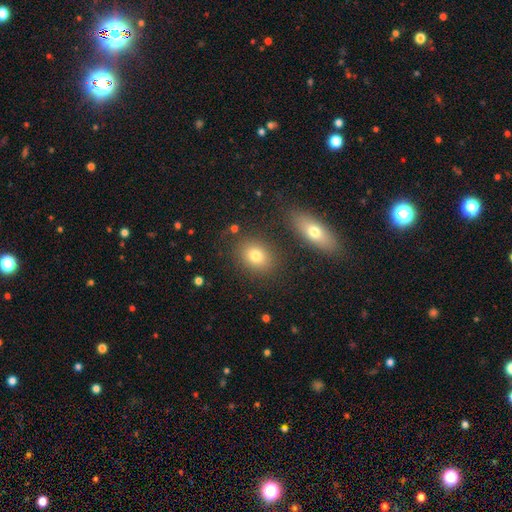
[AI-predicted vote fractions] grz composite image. It shows a smooth galaxy with no disk features (78%) that is in between round and cigar-shaped (59%). Merging: none (81%).